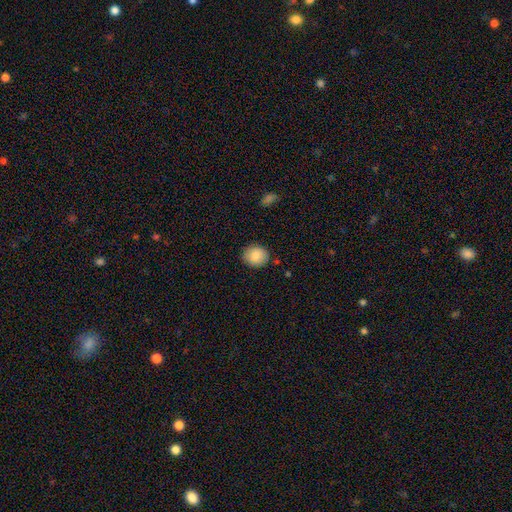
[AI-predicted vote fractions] Smooth or featured: smooth — 87% (star or artifact — 8%)
How rounded: round — 72% (in between — 27%)
Merging: none — 86% (minor disturbance — 9%)